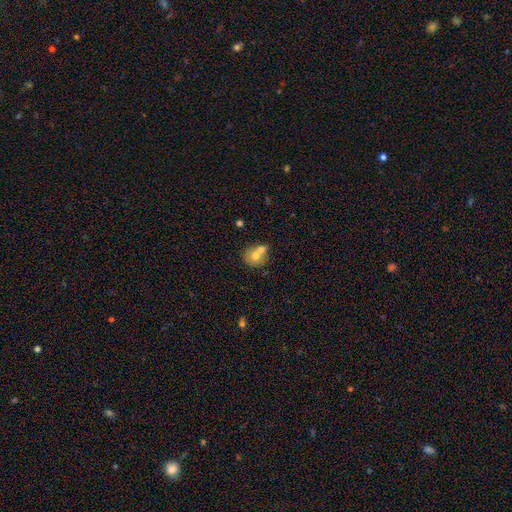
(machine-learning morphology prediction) A smooth galaxy with no disk features (68%) that is round (71%). Merging: merger (56%).